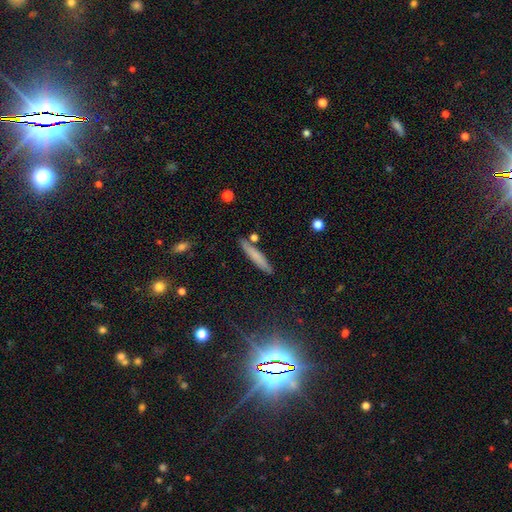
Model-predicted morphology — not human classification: Smooth or featured? Predicted: smooth (p=0.69). How rounded? Predicted: cigar-shaped (p=0.92). Merging? Predicted: none (p=0.83).